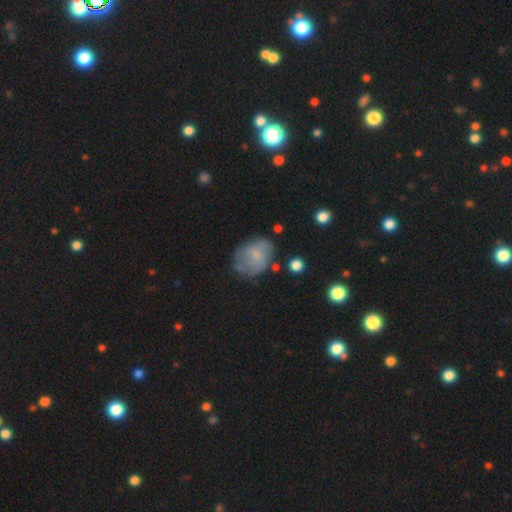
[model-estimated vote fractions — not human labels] smooth_or_featured: smooth (p=0.53) [alt: featured or disk p=0.39]
how_rounded: in between (p=0.62) [alt: round p=0.37]
merging: none (p=0.59) [alt: minor disturbance p=0.26]